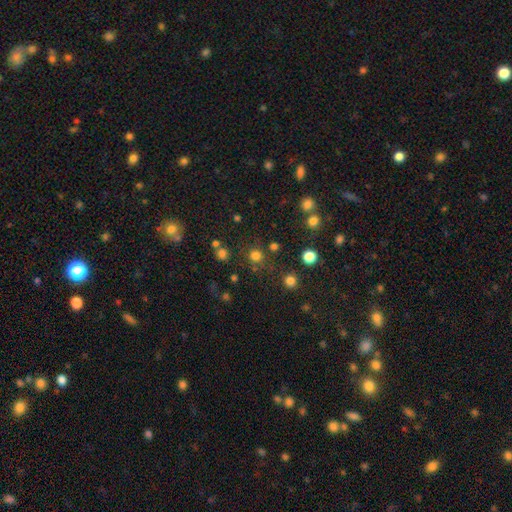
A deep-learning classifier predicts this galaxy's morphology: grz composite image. It shows a smooth galaxy with no disk features (74%) that is round (92%). Merging: none (80%).